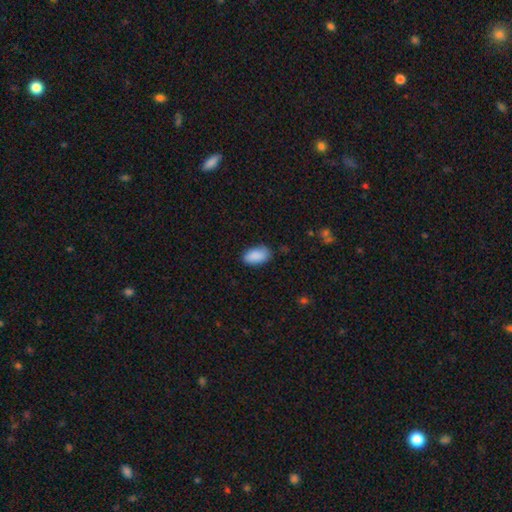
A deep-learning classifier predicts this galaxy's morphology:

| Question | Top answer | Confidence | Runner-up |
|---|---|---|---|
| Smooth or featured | smooth | 89% | star or artifact (7%) |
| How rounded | in between | 94% | round (4%) |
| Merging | none | 78% | minor disturbance (18%) |